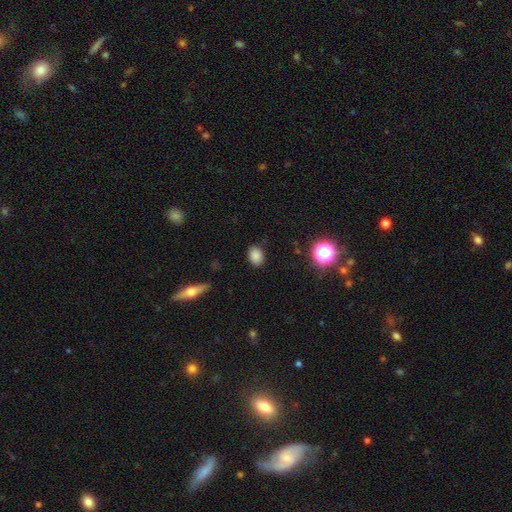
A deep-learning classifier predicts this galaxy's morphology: smooth_or_featured: smooth (p=0.83) [alt: star or artifact p=0.13]
how_rounded: in between (p=0.69) [alt: round p=0.30]
merging: none (p=0.85) [alt: minor disturbance p=0.11]